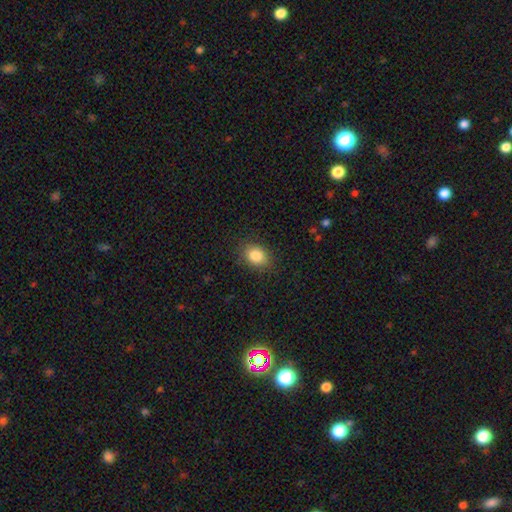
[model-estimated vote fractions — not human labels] A smooth galaxy with no disk features (85%) that is in between round and cigar-shaped (62%). Merging: none (86%).